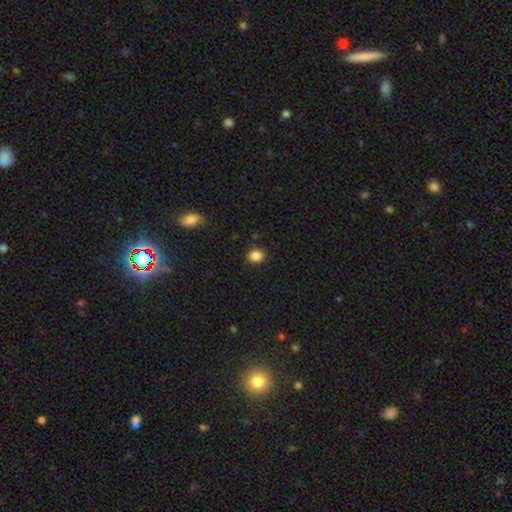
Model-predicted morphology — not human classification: type=smooth (86%); roundness=round (56%); merging=none (89%).